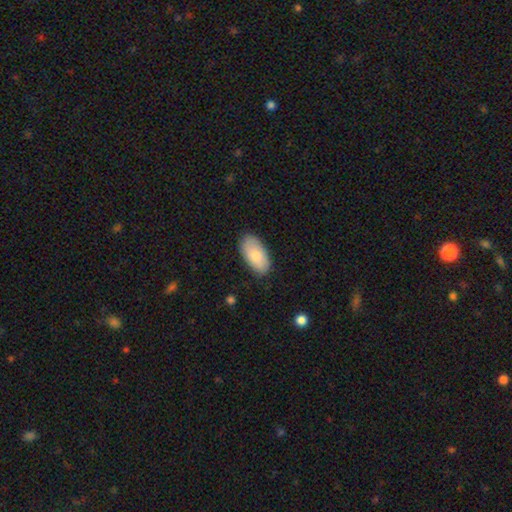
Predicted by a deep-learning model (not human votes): This appears to be a smooth galaxy with no disk features (81%) that is in between round and cigar-shaped (95%). Merging: none (84%).